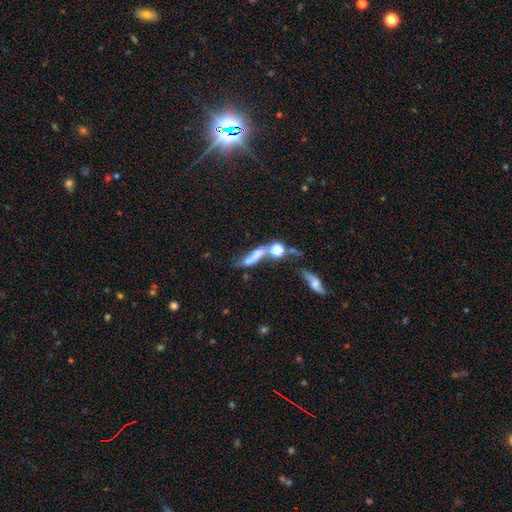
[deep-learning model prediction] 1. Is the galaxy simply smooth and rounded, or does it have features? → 49% smooth, 37% featured or disk, 14% star or artifact.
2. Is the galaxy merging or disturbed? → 39% merger, 28% none, 18% major disturbance, 15% minor disturbance.